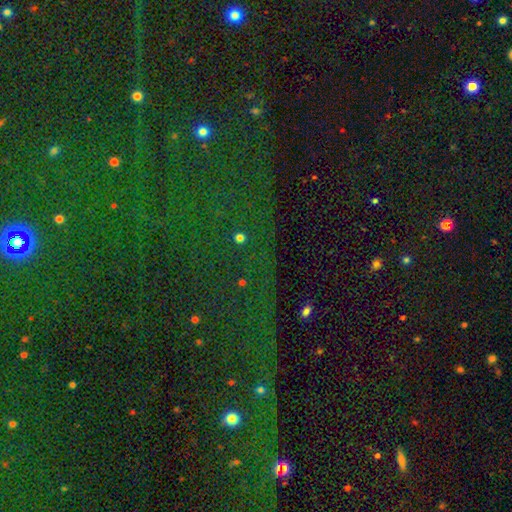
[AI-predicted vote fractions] Smooth or featured: star or artifact — 82% (smooth — 10%)